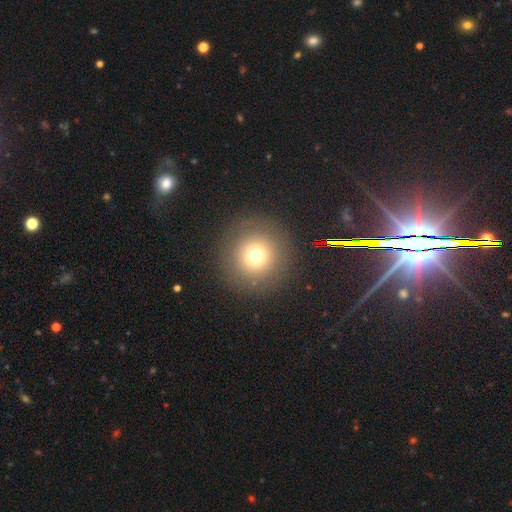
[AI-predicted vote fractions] Q: Smooth or featured?
A: smooth (72%); runner-up: star or artifact (15%)
Q: How rounded?
A: round (95%); runner-up: in between (4%)
Q: Merging?
A: none (89%); runner-up: minor disturbance (6%)